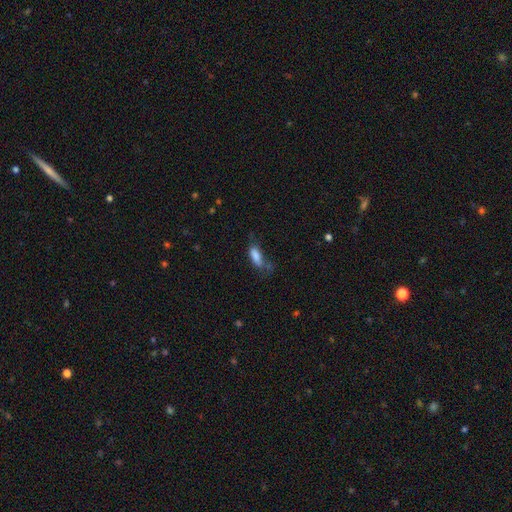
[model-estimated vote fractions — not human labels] Smooth or featured: smooth — 81% (featured or disk — 10%)
How rounded: in between — 68% (cigar-shaped — 30%)
Merging: none — 46% (minor disturbance — 30%)